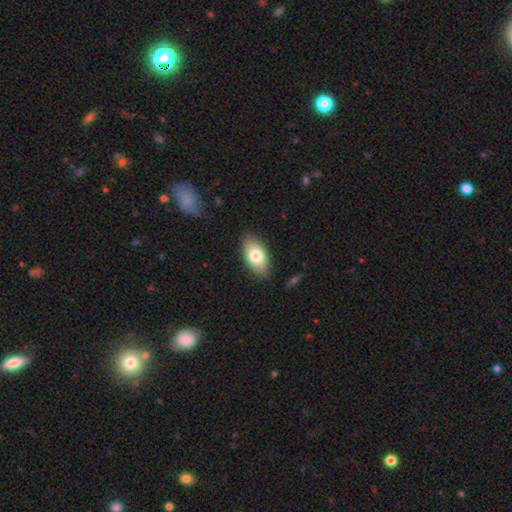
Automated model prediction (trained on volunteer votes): A smooth galaxy with no disk features (76%) that is in between round and cigar-shaped (93%). Merging: none (84%).